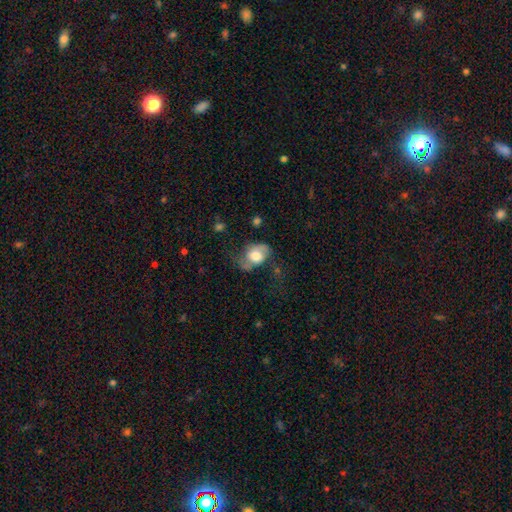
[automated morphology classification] Q: Smooth or featured?
A: smooth (54%); runner-up: featured or disk (39%)
Q: How rounded?
A: in between (68%); runner-up: round (31%)
Q: Merging?
A: none (39%); runner-up: minor disturbance (30%)